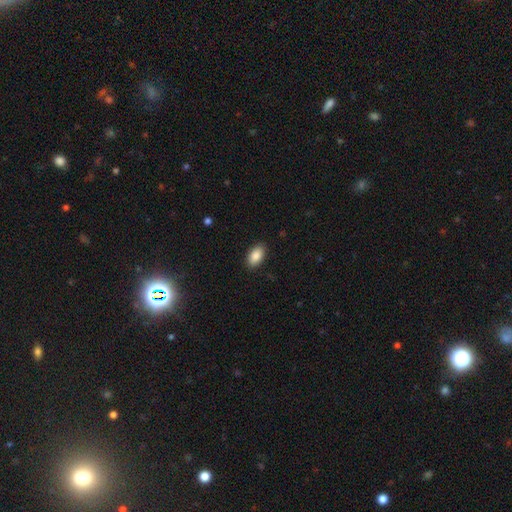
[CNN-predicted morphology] smooth 88%, star or artifact 7%, featured or disk 5%. Down the decision tree: how rounded — in between (93%); merging — none (89%).